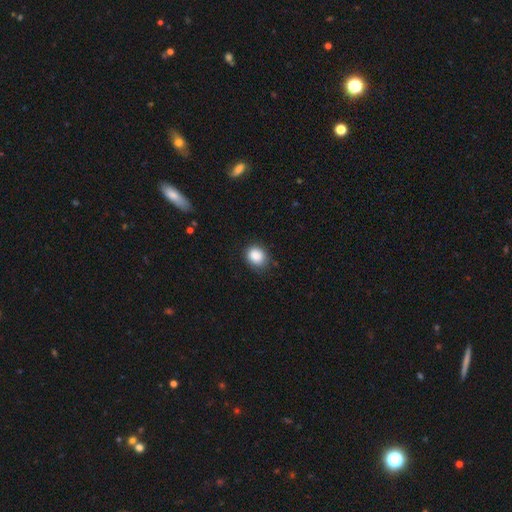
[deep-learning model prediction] A smooth galaxy with no disk features (87%) that is round (60%).

Vote fractions:
- Smooth or featured? smooth: 87% / star or artifact: 8% / featured or disk: 4%
- How rounded? round: 60% / in between: 39% / cigar-shaped: 1%
- Merging? none: 78% / minor disturbance: 17% / major disturbance: 4% / merger: 1%